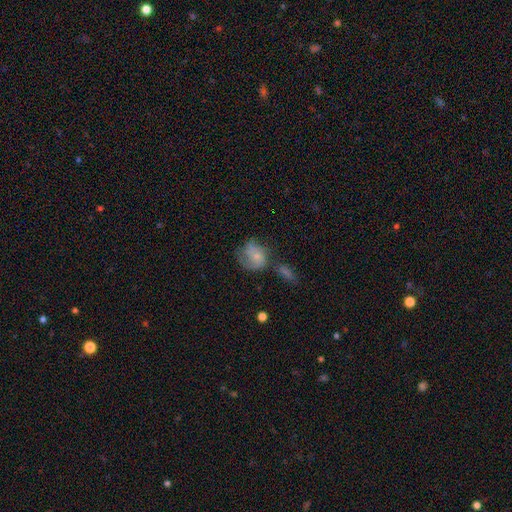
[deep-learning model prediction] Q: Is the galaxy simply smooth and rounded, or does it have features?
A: smooth — 58%.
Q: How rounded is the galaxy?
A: round — 56%.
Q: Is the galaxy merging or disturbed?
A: none — 33%.